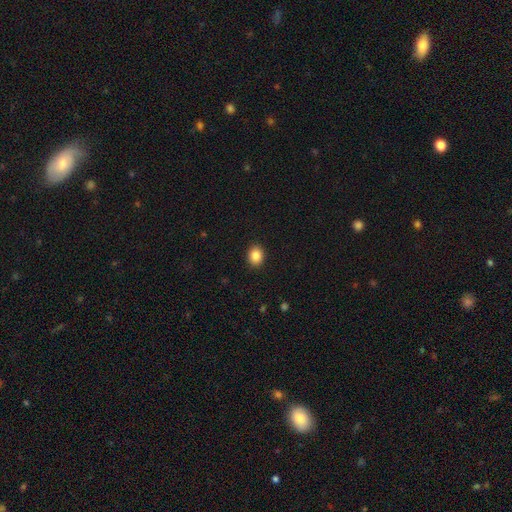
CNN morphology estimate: The model was most divided on "how rounded": in between: 51%, round: 48%, cigar-shaped: 1%. More confident: merging — none (91%); smooth or featured — smooth (87%).